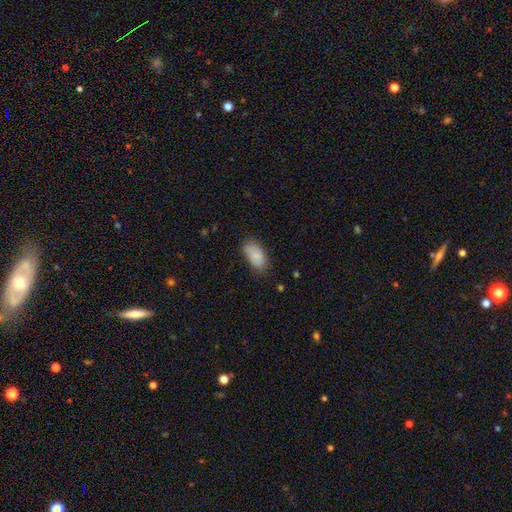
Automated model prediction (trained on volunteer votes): Overall: smooth (85%). How rounded: in between (93%). Merging: none (71%).